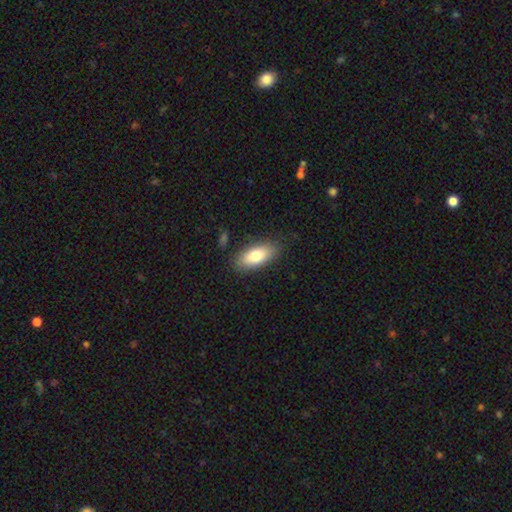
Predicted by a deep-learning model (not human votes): smooth_or_featured: smooth (p=0.78) [alt: featured or disk p=0.15]
how_rounded: in between (p=0.84) [alt: cigar-shaped p=0.14]
merging: none (p=0.84) [alt: minor disturbance p=0.11]